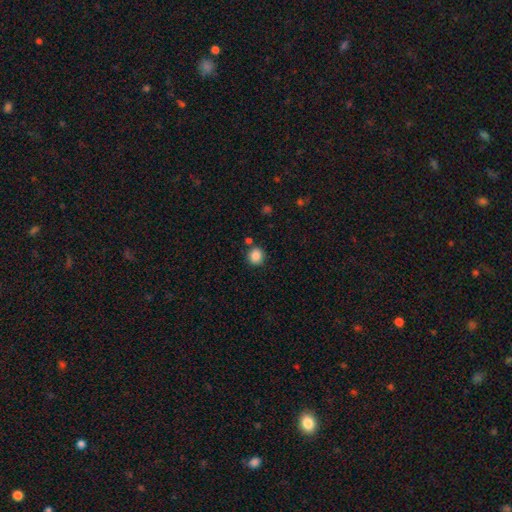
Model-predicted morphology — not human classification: type=smooth (87%); roundness=round (83%); merging=none (81%).